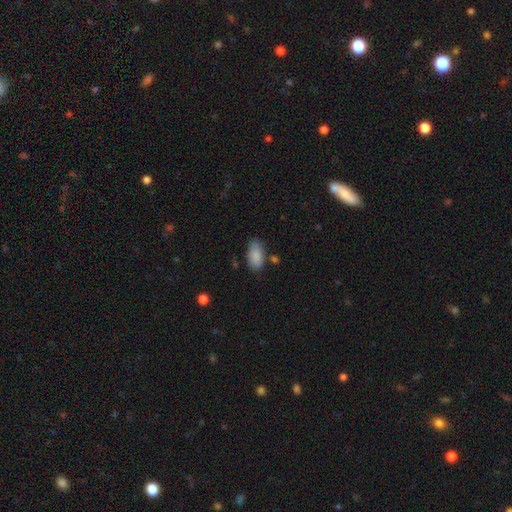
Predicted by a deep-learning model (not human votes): smooth_or_featured: smooth (p=0.87) [alt: star or artifact p=0.07]
how_rounded: in between (p=0.93) [alt: cigar-shaped p=0.04]
merging: none (p=0.72) [alt: minor disturbance p=0.19]